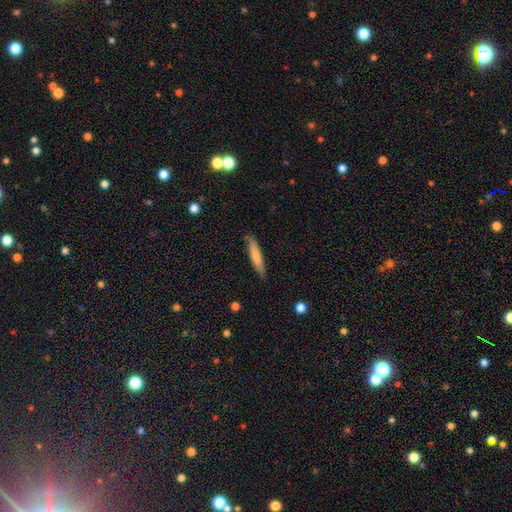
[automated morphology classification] Overall: smooth (71%). How rounded: cigar-shaped (89%). Merging: none (83%).